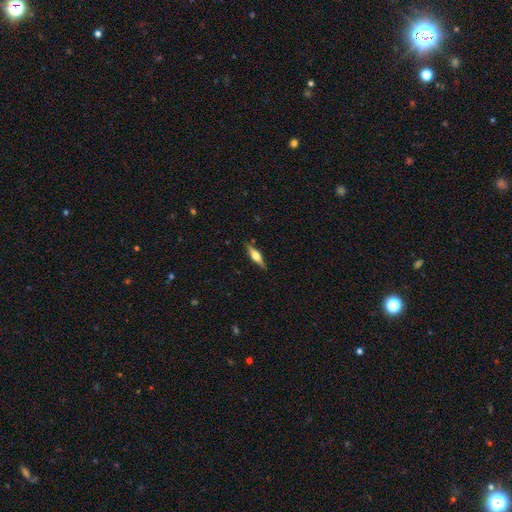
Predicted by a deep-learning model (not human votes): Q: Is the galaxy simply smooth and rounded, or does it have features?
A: featured or disk — 54%.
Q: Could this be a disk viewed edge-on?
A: yes — 94%.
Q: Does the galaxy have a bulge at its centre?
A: rounded — 87%.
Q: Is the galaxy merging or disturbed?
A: none — 86%.